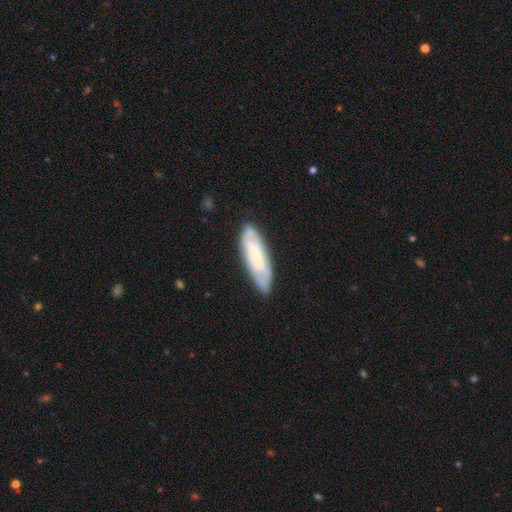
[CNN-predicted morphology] smooth-or-featured: featured or disk: 51% | smooth: 42% | star or artifact: 7%
  disk-edge-on: no: 72% | yes: 28%
  merging: none: 80% | minor disturbance: 15% | major disturbance: 3% | merger: 2%